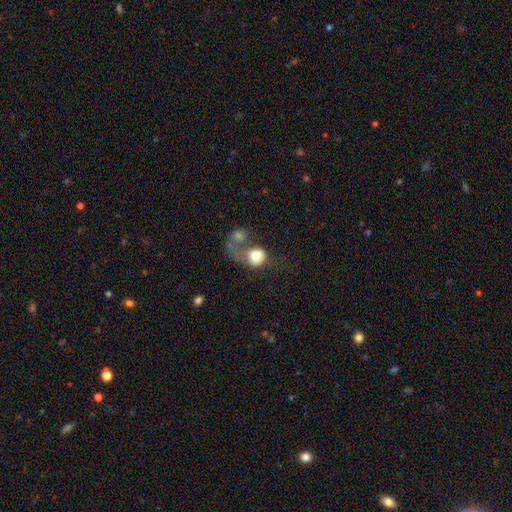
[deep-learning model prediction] Morphology: type=smooth (71%); roundness=round (62%); merging=merger (37%).